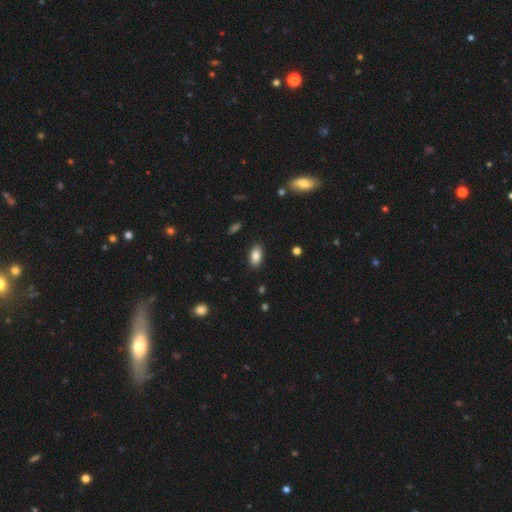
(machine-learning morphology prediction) Smooth or featured? Predicted: smooth (p=0.86). How rounded? Predicted: in between (p=0.91). Merging? Predicted: none (p=0.88).